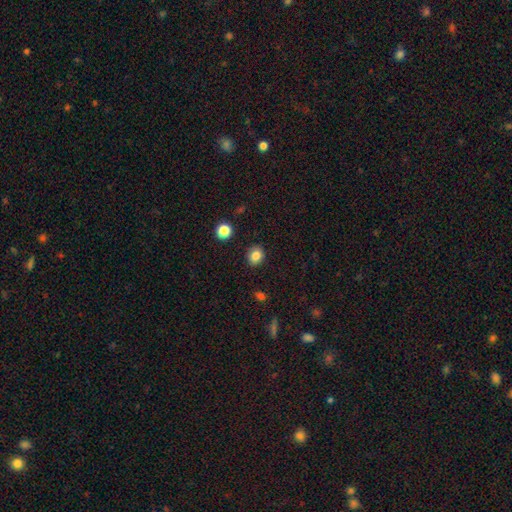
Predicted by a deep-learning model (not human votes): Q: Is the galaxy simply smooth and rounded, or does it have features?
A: smooth — 84%.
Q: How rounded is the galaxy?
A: round — 63%.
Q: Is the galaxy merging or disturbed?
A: none — 89%.